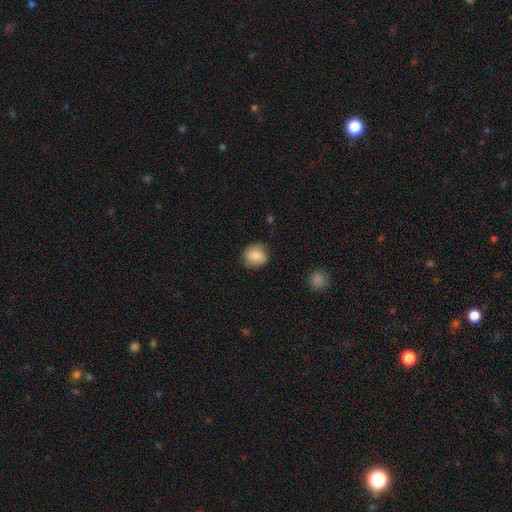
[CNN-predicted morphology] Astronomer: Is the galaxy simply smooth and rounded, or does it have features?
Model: smooth — 82%.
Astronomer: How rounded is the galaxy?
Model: round — 84%.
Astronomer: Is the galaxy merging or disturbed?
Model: none — 79%.